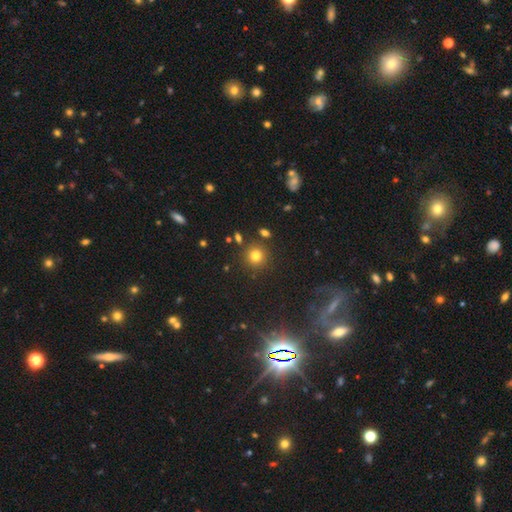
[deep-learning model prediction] A smooth galaxy with no disk features (77%) that is round (92%). Merging: none (85%).